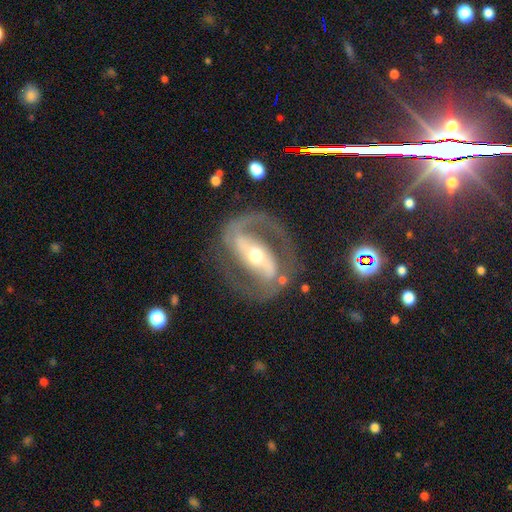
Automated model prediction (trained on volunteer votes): Smooth or featured? Predicted: featured or disk (p=0.89). Edge-on disk? Predicted: no (p=0.96). Bar? Predicted: strong (p=0.62). Spiral arms? Predicted: yes (p=0.94). Spiral winding? Predicted: medium (p=0.55). Spiral arm count? Predicted: 2 (p=0.90). Bulge size? Predicted: moderate (p=0.59). Merging? Predicted: none (p=0.78).